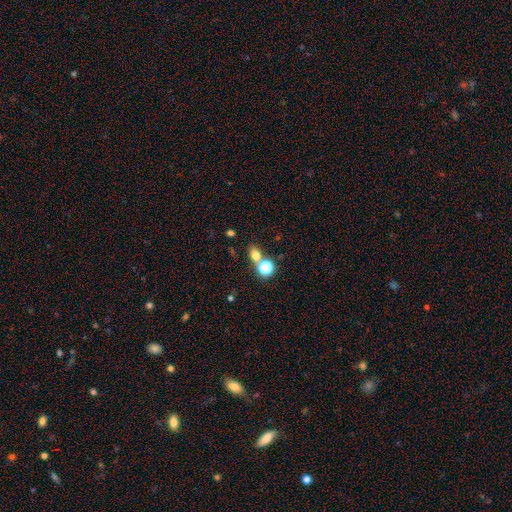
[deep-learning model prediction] smooth 69%, star or artifact 22%, featured or disk 10%. Down the decision tree: how rounded — round (52%); merging — none (62%).